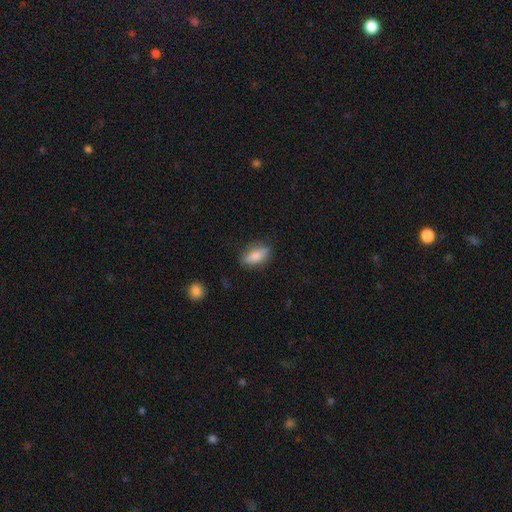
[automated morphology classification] Smooth or featured?
  - smooth: 76% *
  - featured or disk: 17%
  - star or artifact: 7%
How rounded?
  - in between: 73% *
  - cigar-shaped: 23%
  - round: 4%
Merging?
  - none: 81% *
  - minor disturbance: 14%
  - major disturbance: 3%
  - merger: 1%